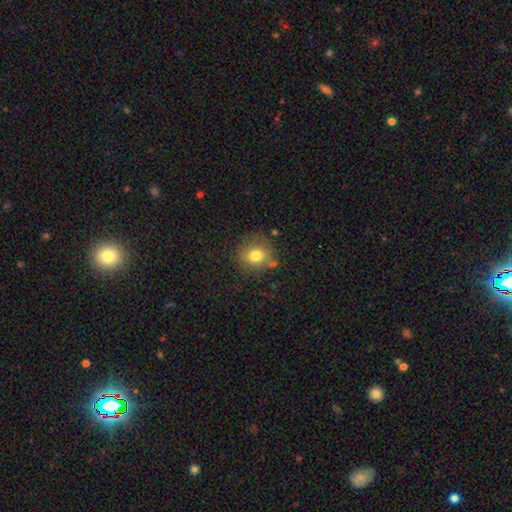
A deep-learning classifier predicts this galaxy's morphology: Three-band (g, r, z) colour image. It shows a smooth galaxy with no disk features (78%) that is round (76%). Merging: none (72%).